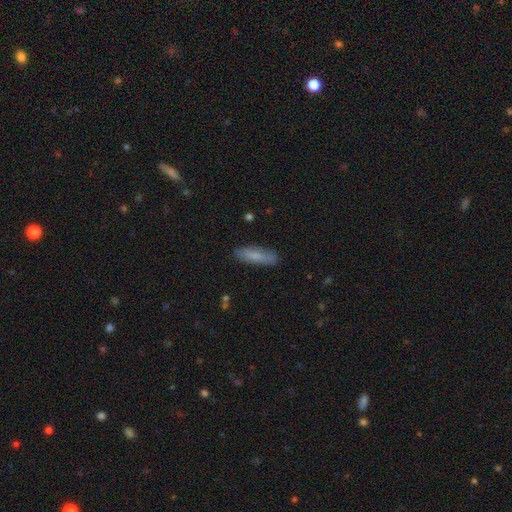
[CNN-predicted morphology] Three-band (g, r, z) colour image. It shows a smooth galaxy with no disk features (78%) that is cigar-shaped (60%). Merging: none (84%).